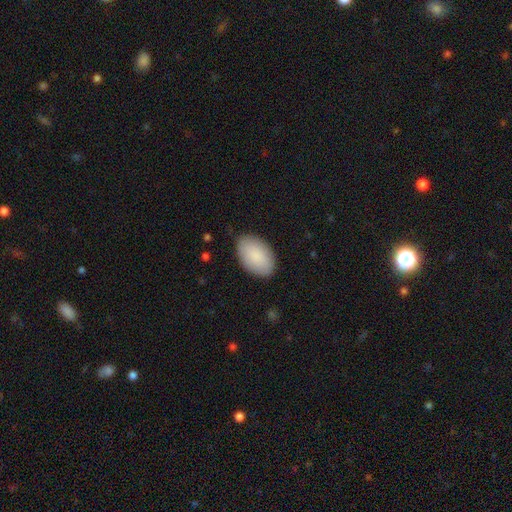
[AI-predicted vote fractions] smooth 88%, featured or disk 6%, star or artifact 5%. Down the decision tree: how rounded — in between (94%); merging — none (86%).